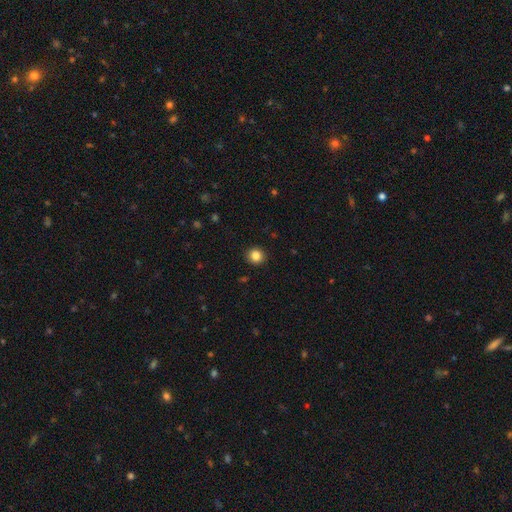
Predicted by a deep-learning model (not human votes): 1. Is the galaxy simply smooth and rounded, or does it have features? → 85% smooth, 11% star or artifact, 5% featured or disk.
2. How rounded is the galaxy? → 91% round, 8% in between, 1% cigar-shaped.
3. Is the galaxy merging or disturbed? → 92% none, 5% minor disturbance, 2% major disturbance, 1% merger.